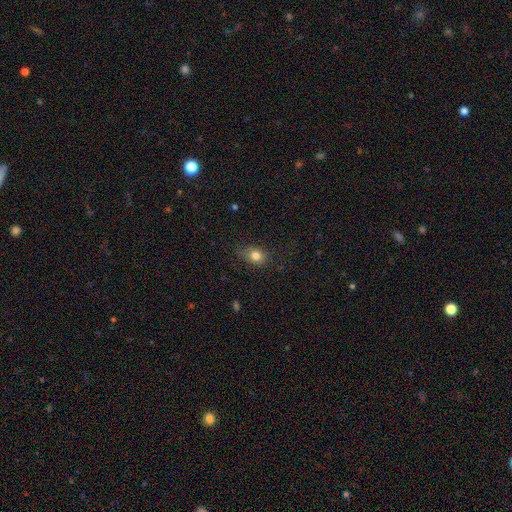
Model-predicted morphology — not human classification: A smooth galaxy with no disk features (79%) that is in between round and cigar-shaped (53%).

Vote fractions:
- Smooth or featured? smooth: 79% / star or artifact: 11% / featured or disk: 9%
- How rounded? in between: 53% / round: 45% / cigar-shaped: 2%
- Merging? none: 69% / minor disturbance: 23% / major disturbance: 6% / merger: 1%